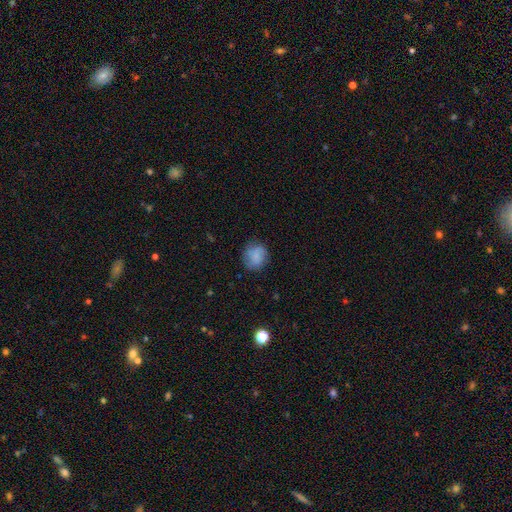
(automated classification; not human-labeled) Smooth or featured: smooth — 71% (featured or disk — 20%)
How rounded: round — 71% (in between — 28%)
Merging: none — 71% (minor disturbance — 20%)